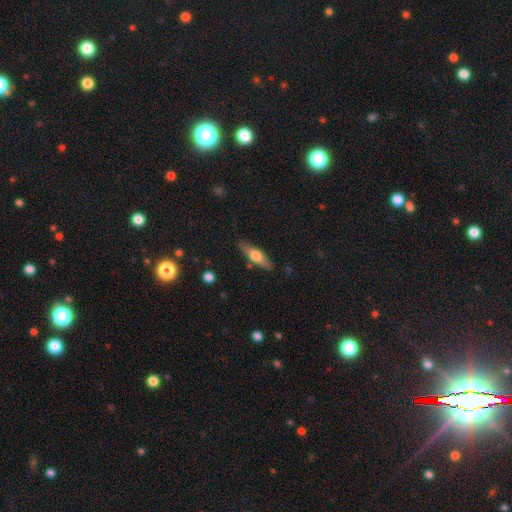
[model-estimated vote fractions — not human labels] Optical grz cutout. It shows a smooth galaxy with no disk features (54%) that is cigar-shaped (57%). Merging: none (83%).